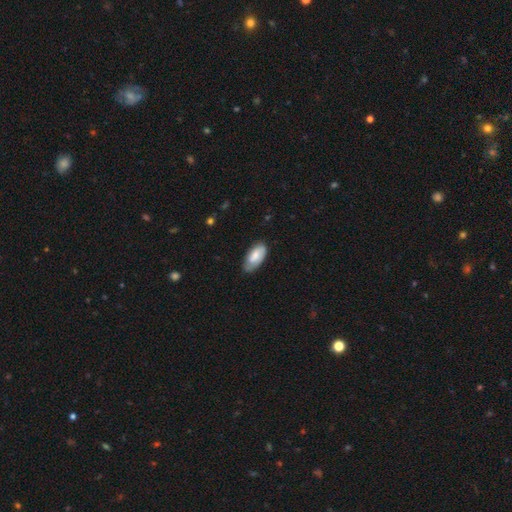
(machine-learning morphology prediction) Overall: smooth (70%). How rounded: in between (92%). Merging: none (68%).